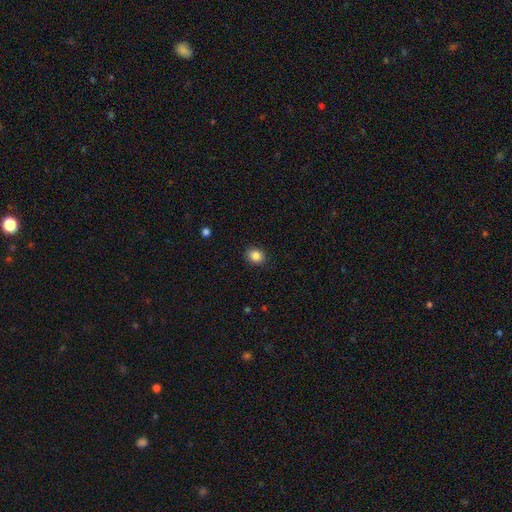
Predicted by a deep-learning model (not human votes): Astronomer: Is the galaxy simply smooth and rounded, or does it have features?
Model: smooth — 86%.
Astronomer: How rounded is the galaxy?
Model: round — 57% (runner-up: in between, 42%).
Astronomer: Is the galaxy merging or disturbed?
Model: none — 89%.